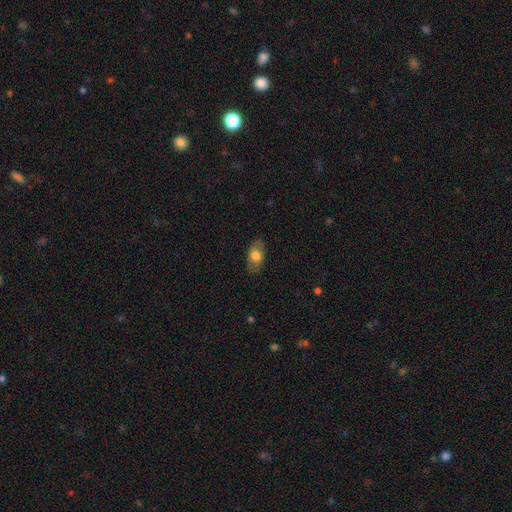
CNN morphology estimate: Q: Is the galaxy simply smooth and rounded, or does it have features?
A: smooth — 68%.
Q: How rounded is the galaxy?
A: in between — 90%.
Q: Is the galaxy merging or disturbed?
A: none — 81%.